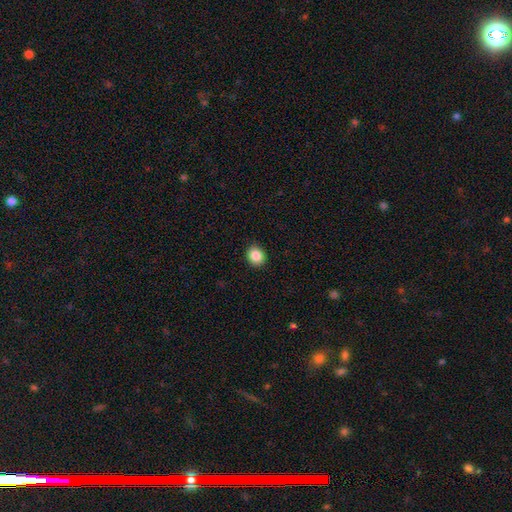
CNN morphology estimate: A smooth galaxy with no disk features (87%) that is round (72%). Merging: none (91%).